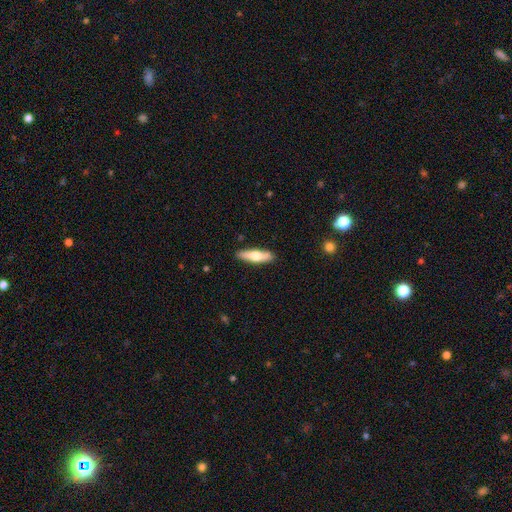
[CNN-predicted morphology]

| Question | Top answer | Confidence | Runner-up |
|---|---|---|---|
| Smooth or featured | smooth | 62% | featured or disk (33%) |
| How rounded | cigar-shaped | 67% | in between (31%) |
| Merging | none | 87% | minor disturbance (10%) |